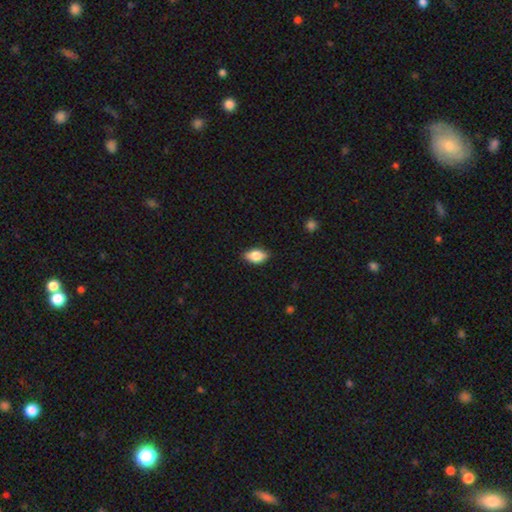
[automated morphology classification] Smooth or featured?
  - smooth: 80% *
  - featured or disk: 12%
  - star or artifact: 7%
How rounded?
  - in between: 88% *
  - round: 8%
  - cigar-shaped: 4%
Merging?
  - none: 83% *
  - minor disturbance: 13%
  - major disturbance: 2%
  - merger: 1%